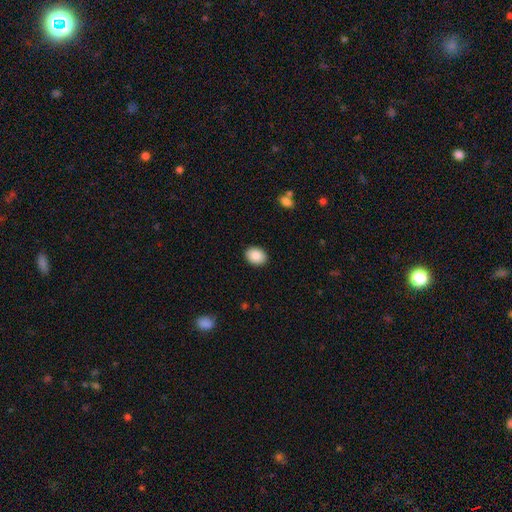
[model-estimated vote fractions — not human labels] smooth-or-featured: smooth: 88% | star or artifact: 7% | featured or disk: 5%
  how-rounded: in between: 61% | round: 38% | cigar-shaped: 1%
  merging: none: 90% | minor disturbance: 7% | major disturbance: 2% | merger: 1%